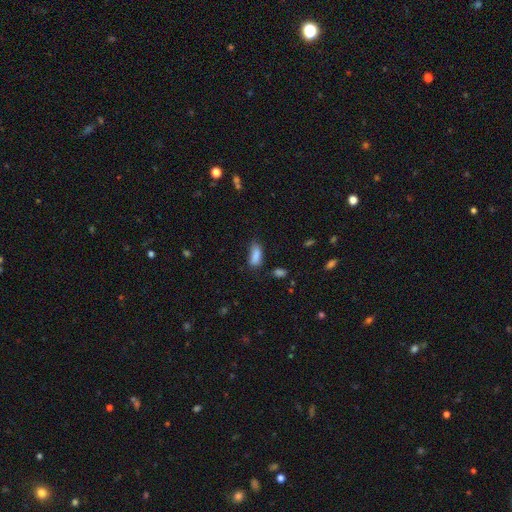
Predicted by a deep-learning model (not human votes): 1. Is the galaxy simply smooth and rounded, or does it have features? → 84% smooth, 9% star or artifact, 6% featured or disk.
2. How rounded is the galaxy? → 78% in between, 19% cigar-shaped, 3% round.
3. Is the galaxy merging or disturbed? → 52% none, 31% minor disturbance, 11% major disturbance, 6% merger.